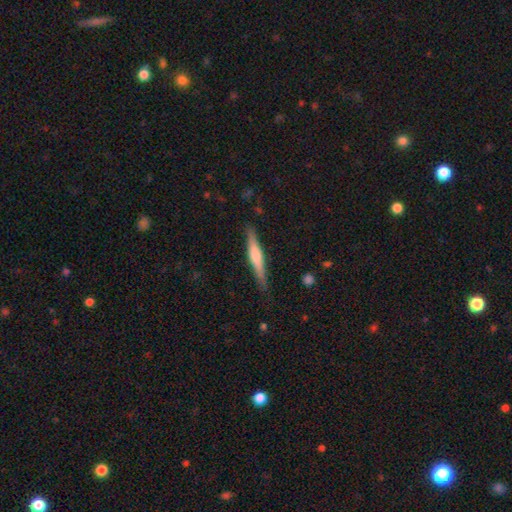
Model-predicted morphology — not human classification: This is possibly a smooth galaxy (50%). How rounded: clearly cigar-shaped (93%). Merging: clearly none (85%).